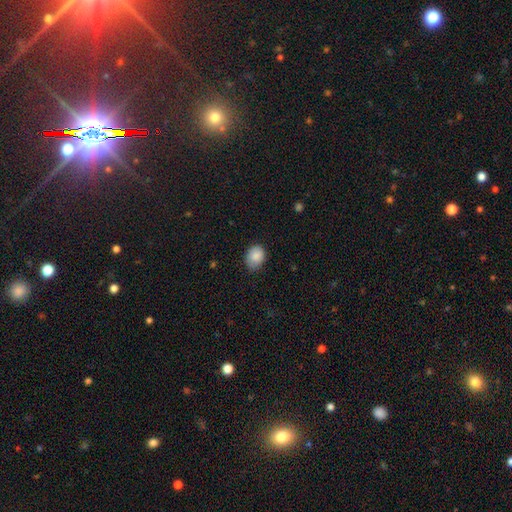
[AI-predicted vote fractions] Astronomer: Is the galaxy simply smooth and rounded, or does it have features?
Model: smooth — 87%.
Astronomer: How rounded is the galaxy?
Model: in between — 60% (runner-up: round, 39%).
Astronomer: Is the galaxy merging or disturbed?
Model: none — 71%.